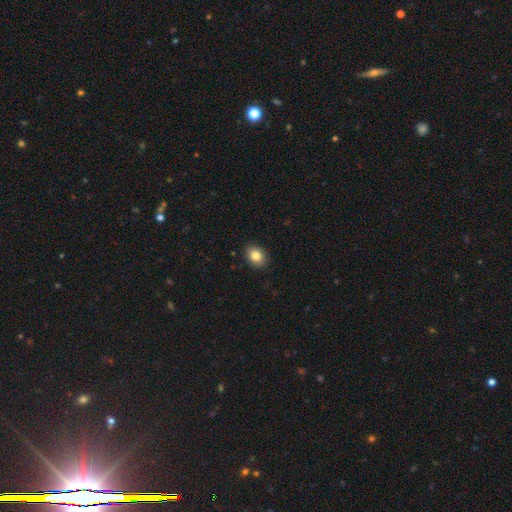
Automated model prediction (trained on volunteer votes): smooth 84%, star or artifact 9%, featured or disk 7%. Down the decision tree: how rounded — in between (66%); merging — none (88%).